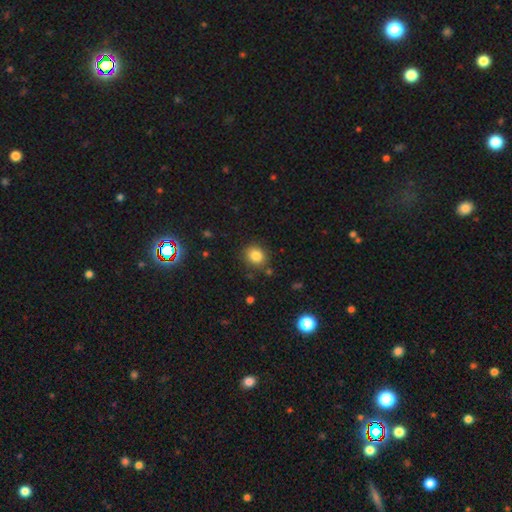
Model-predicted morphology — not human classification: Smooth or featured? smooth (83%)
How rounded? round (67%)
Merging? none (83%)